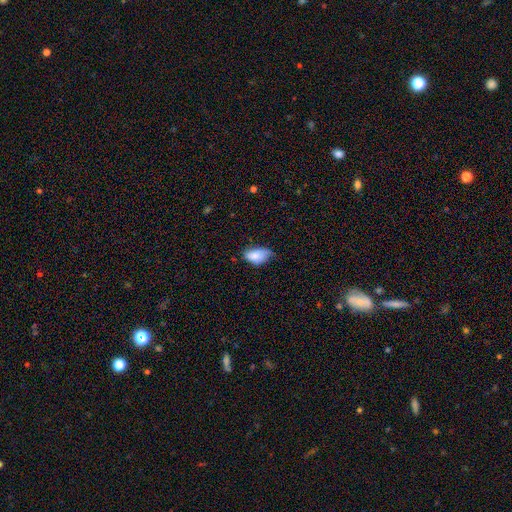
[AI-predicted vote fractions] smooth 82%, featured or disk 11%, star or artifact 7%. Down the decision tree: how rounded — in between (93%); merging — minor disturbance (45%).